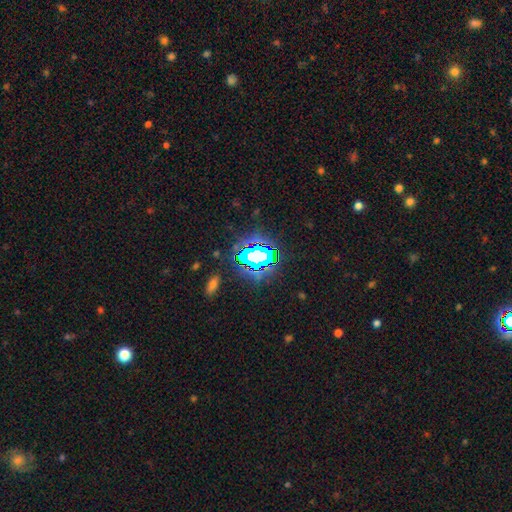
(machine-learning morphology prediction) smooth-or-featured: star or artifact: 65% | smooth: 20% | featured or disk: 15%